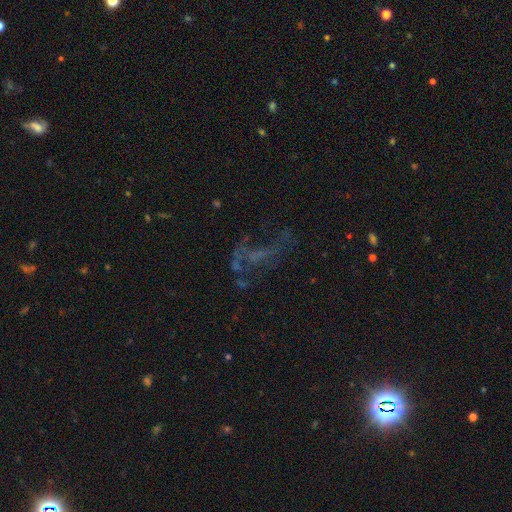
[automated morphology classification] This appears to be a featured or disk galaxy (48%). Merging: none (39%, tied with major disturbance).